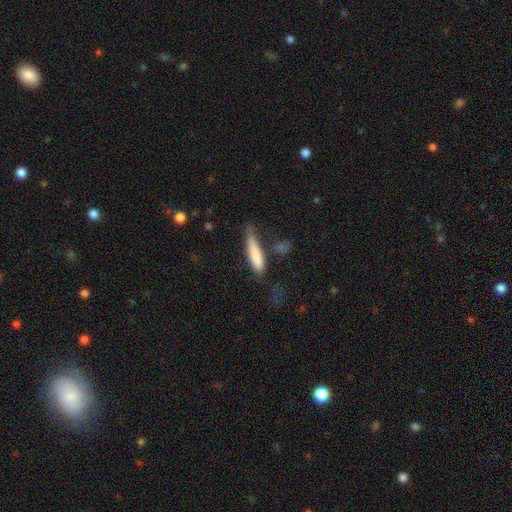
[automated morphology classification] A smooth galaxy with no disk features (78%) that is cigar-shaped (81%). Merging: none (46%).